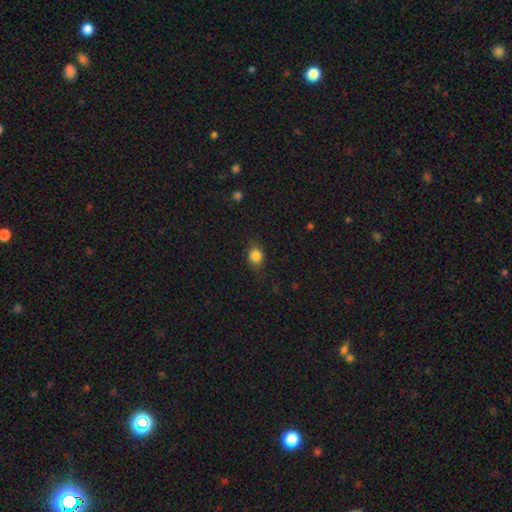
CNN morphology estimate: smooth_or_featured: smooth (p=0.84) [alt: star or artifact p=0.10]
how_rounded: round (p=0.51) [alt: in between p=0.48]
merging: none (p=0.80) [alt: minor disturbance p=0.15]